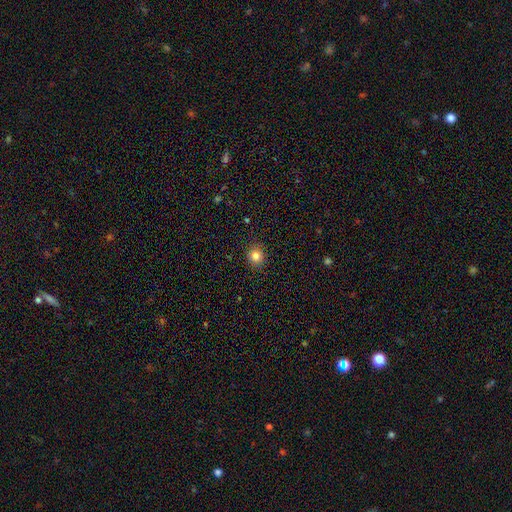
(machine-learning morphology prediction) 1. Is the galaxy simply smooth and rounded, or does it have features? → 82% smooth, 12% star or artifact, 6% featured or disk.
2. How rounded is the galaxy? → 87% round, 12% in between, 1% cigar-shaped.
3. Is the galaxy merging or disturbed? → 91% none, 6% minor disturbance, 2% major disturbance, 1% merger.